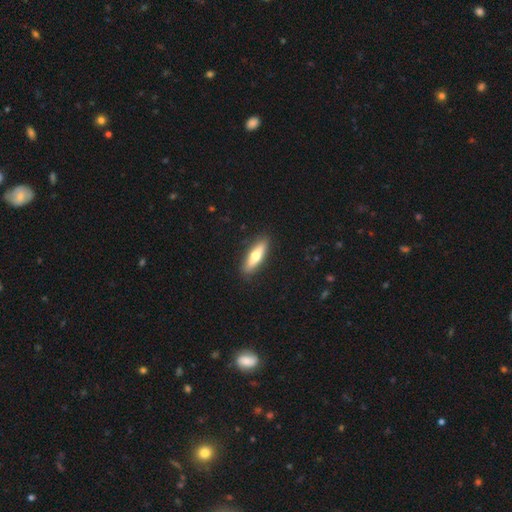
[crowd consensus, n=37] Q: Smooth or featured?
A: smooth (54%); runner-up: featured or disk (41%)
Q: How rounded?
A: cigar-shaped (55%); runner-up: in between (45%)
Q: Merging?
A: none (91%); runner-up: minor disturbance (6%)